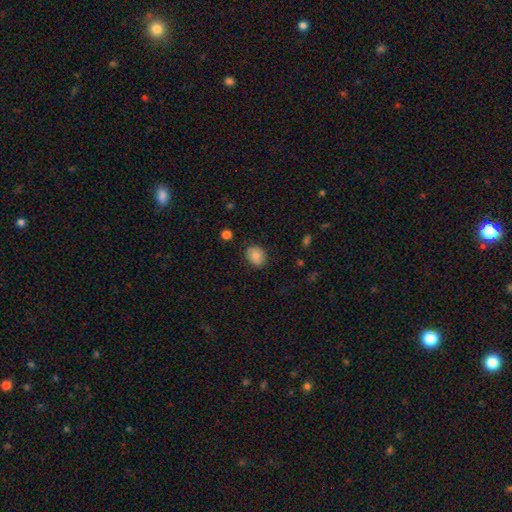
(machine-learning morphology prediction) Smooth or featured? Predicted: smooth (p=0.81). How rounded? Predicted: round (p=0.55). Merging? Predicted: none (p=0.84).